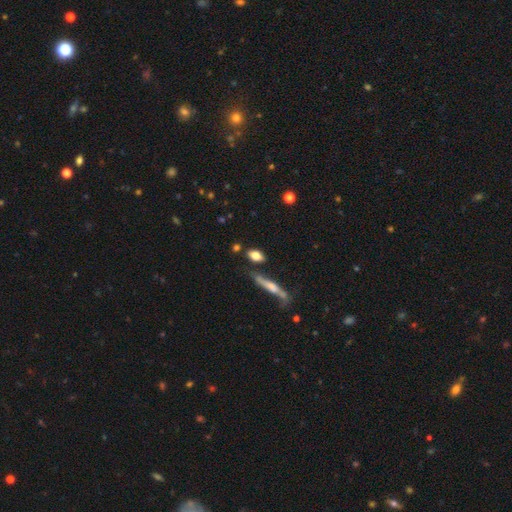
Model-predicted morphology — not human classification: A smooth galaxy with no disk features (78%) that is in between round and cigar-shaped (81%).

Vote fractions:
- Smooth or featured? smooth: 78% / featured or disk: 13% / star or artifact: 8%
- How rounded? in between: 81% / round: 10% / cigar-shaped: 10%
- Merging? none: 68% / minor disturbance: 15% / merger: 12% / major disturbance: 5%